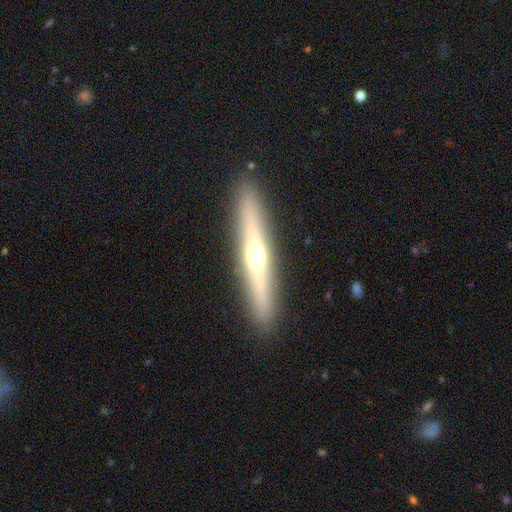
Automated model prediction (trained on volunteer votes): Smooth or featured: featured or disk — 63% (smooth — 30%)
Edge-on disk: yes — 95% (no — 5%)
Edge-on bulge: rounded — 90% (none — 7%)
Merging: none — 91% (minor disturbance — 6%)